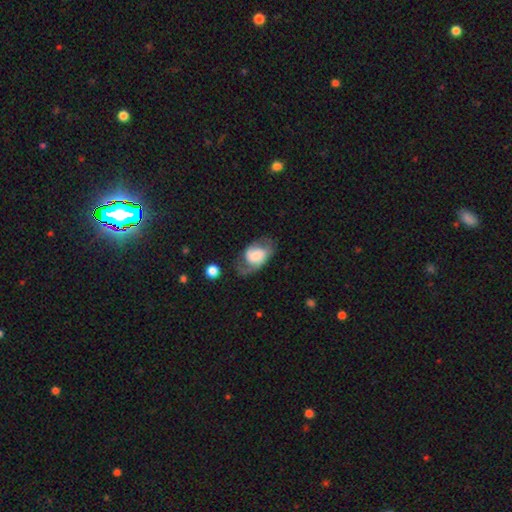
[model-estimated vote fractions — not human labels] The model was most divided on "smooth or featured": smooth: 47%, featured or disk: 45%, star or artifact: 8%. Remaining: merging — none (40%).